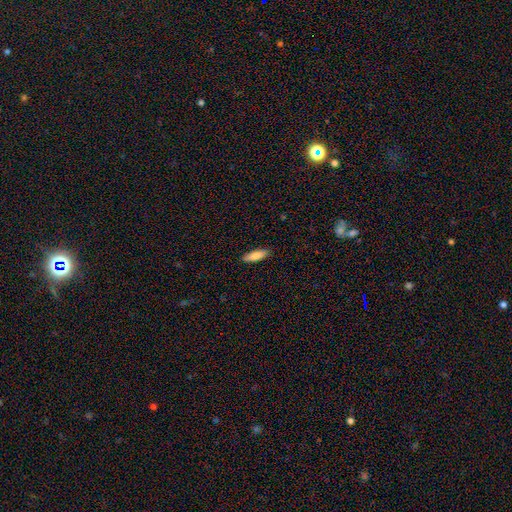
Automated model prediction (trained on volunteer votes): Smooth or featured: smooth — 82% (featured or disk — 12%)
How rounded: cigar-shaped — 50% (in between — 48%)
Merging: none — 89% (minor disturbance — 8%)